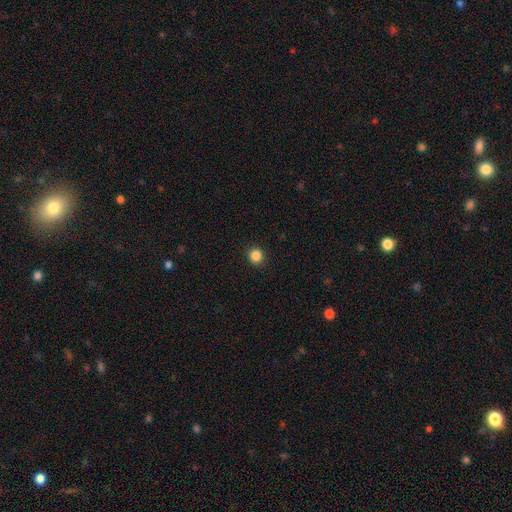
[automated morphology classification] smooth_or_featured: smooth (p=0.85) [alt: star or artifact p=0.11]
how_rounded: round (p=0.90) [alt: in between p=0.09]
merging: none (p=0.93) [alt: minor disturbance p=0.05]